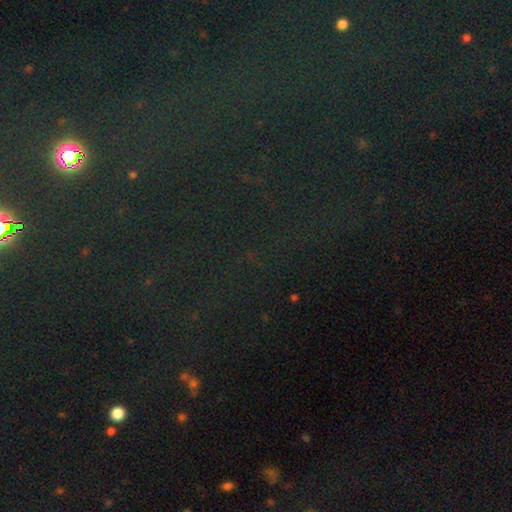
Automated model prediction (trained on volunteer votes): A star or artifact, not a galaxy (79%).

Vote fractions:
- Smooth or featured? star or artifact: 79% / smooth: 13% / featured or disk: 9%